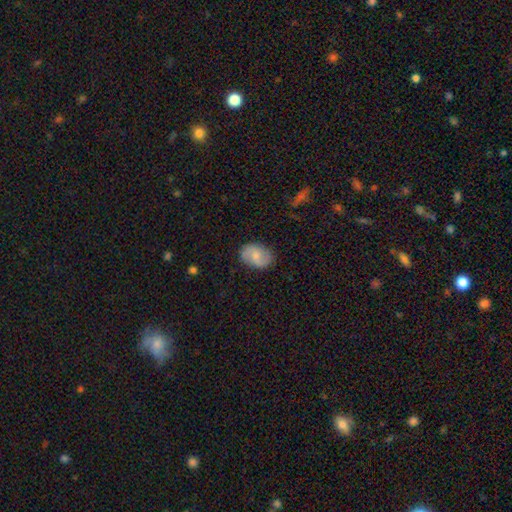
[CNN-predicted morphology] Smooth or featured? Predicted: featured or disk (p=0.48). Merging? Predicted: none (p=0.82).